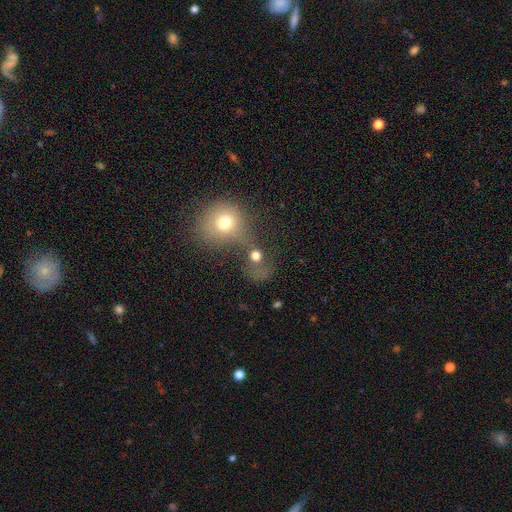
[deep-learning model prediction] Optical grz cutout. It shows a smooth galaxy with no disk features (70%) that is round (78%). Merging: merger (46%).